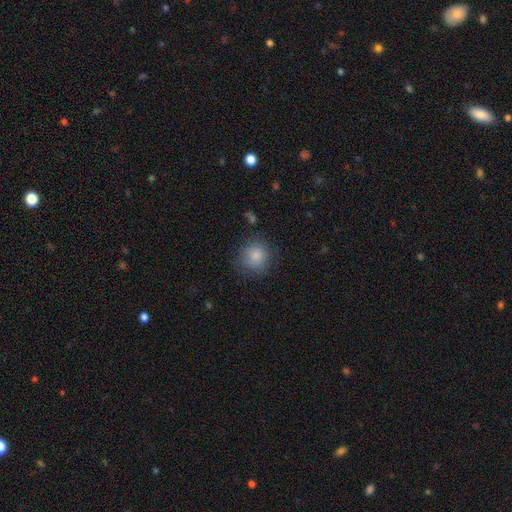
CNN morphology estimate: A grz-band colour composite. It shows a smooth galaxy with no disk features (84%) that is round (89%). Merging: none (78%).